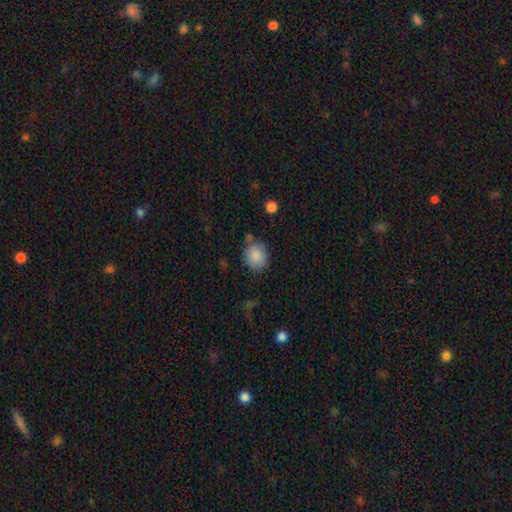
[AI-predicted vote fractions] Smooth or featured: smooth — 86% (star or artifact — 8%)
How rounded: round — 65% (in between — 34%)
Merging: none — 67% (minor disturbance — 20%)